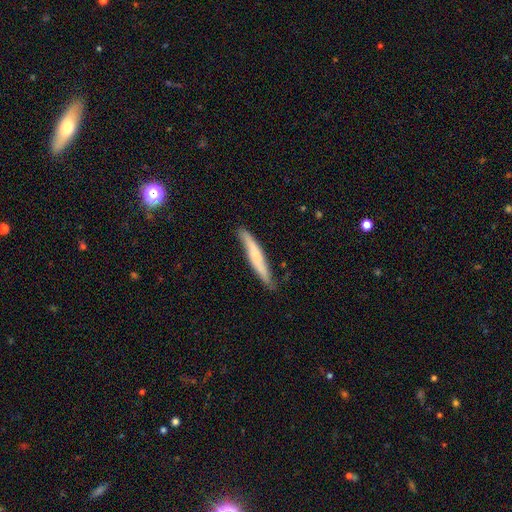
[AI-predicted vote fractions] A smooth galaxy with no disk features (56%) that is cigar-shaped (94%).

Vote fractions:
- Smooth or featured? smooth: 56% / featured or disk: 39% / star or artifact: 5%
- How rounded? cigar-shaped: 94% / in between: 5% / round: 1%
- Merging? none: 78% / minor disturbance: 17% / major disturbance: 3% / merger: 2%